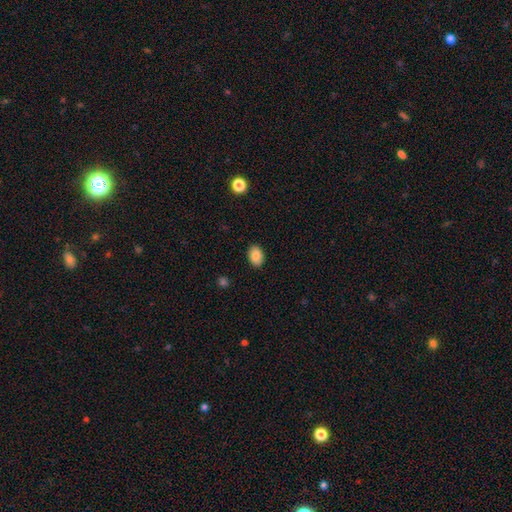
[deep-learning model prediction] Overall: smooth (86%). How rounded: in between (80%). Merging: none (89%).